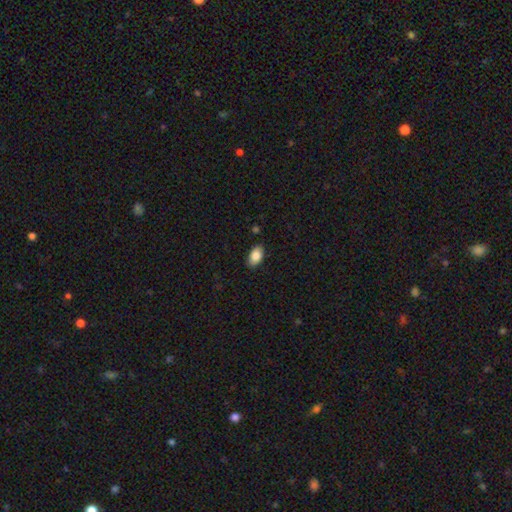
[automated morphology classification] This is clearly a smooth galaxy (85%). How rounded: clearly in between (93%). Merging: clearly none (86%).